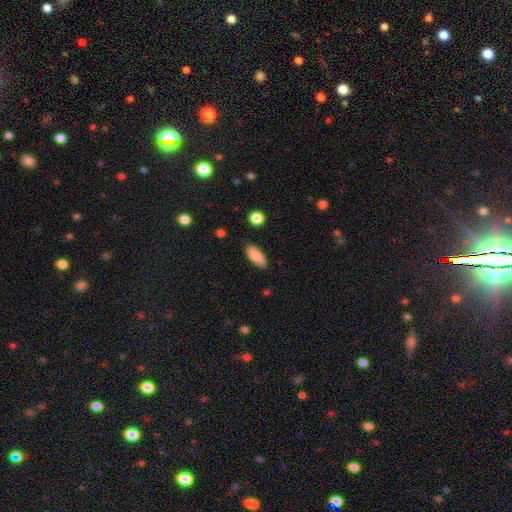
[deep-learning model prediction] smooth-or-featured: smooth: 85% | featured or disk: 8% | star or artifact: 7%
  how-rounded: in between: 74% | cigar-shaped: 24% | round: 2%
  merging: none: 80% | minor disturbance: 15% | major disturbance: 3% | merger: 2%